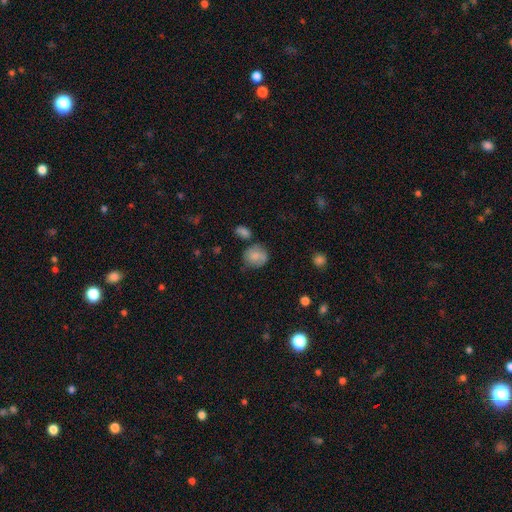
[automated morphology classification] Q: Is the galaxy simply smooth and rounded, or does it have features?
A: smooth — 76%.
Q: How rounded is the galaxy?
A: round — 74%.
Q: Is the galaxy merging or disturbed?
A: none — 62%.